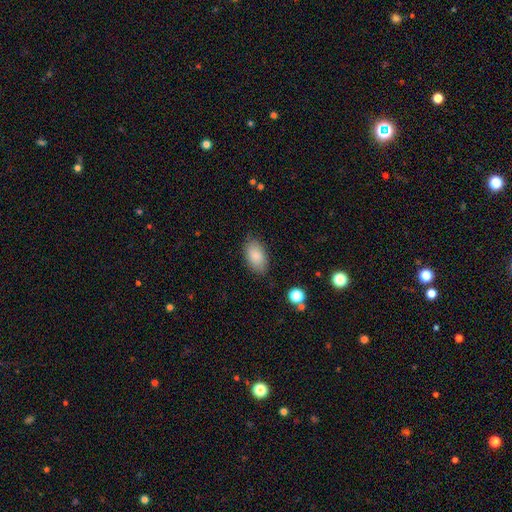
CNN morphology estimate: smooth-or-featured: smooth: 87% | star or artifact: 7% | featured or disk: 6%
  how-rounded: in between: 93% | round: 5% | cigar-shaped: 2%
  merging: none: 81% | minor disturbance: 14% | major disturbance: 4% | merger: 1%